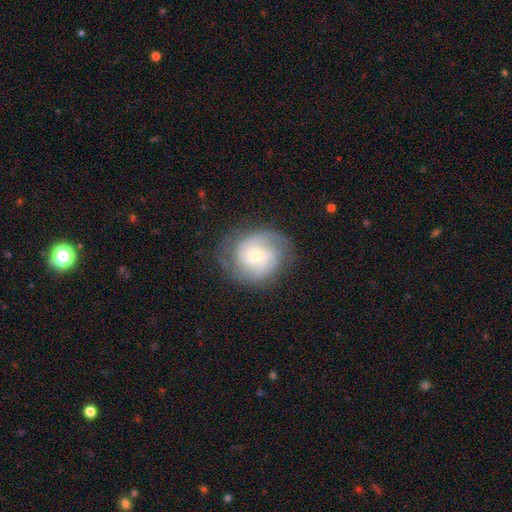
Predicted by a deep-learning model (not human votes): Smooth or featured? Predicted: featured or disk (p=0.79). Edge-on disk? Predicted: no (p=0.98). Bar? Predicted: no (p=0.67). Spiral arms? Predicted: yes (p=0.95). Spiral winding? Predicted: tight (p=0.51). Spiral arm count? Predicted: 3 (p=0.31). Bulge size? Predicted: small (p=0.63). Merging? Predicted: none (p=0.76).